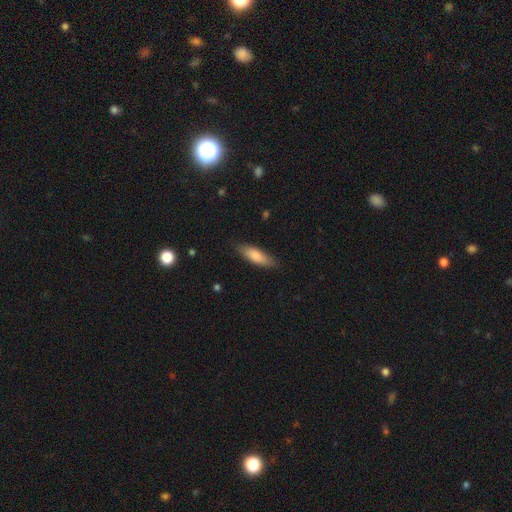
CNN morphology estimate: smooth 81%, featured or disk 13%, star or artifact 6%. Down the decision tree: how rounded — in between (53%); merging — none (83%).